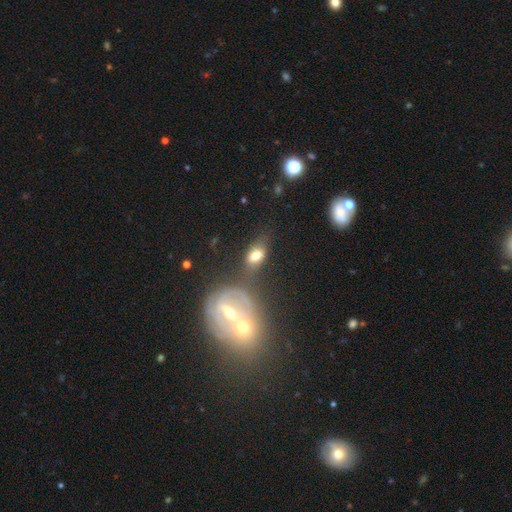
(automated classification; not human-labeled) smooth-or-featured: smooth: 62% | featured or disk: 28% | star or artifact: 11%
  how-rounded: in between: 83% | round: 14% | cigar-shaped: 4%
  merging: none: 44% | merger: 23% | minor disturbance: 21% | major disturbance: 12%